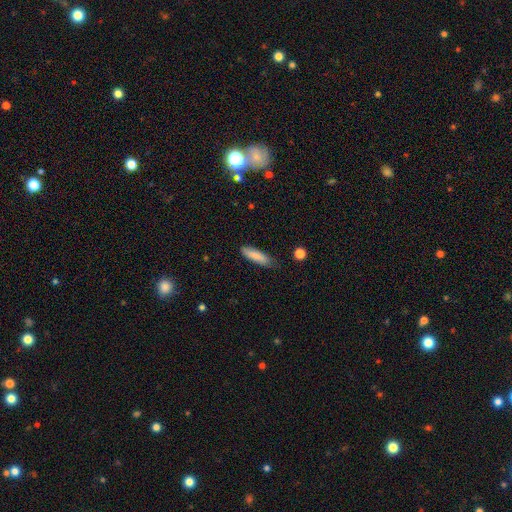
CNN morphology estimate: smooth-or-featured: smooth: 84% | featured or disk: 10% | star or artifact: 6%
  how-rounded: cigar-shaped: 64% | in between: 35% | round: 1%
  merging: none: 77% | minor disturbance: 19% | major disturbance: 3% | merger: 2%